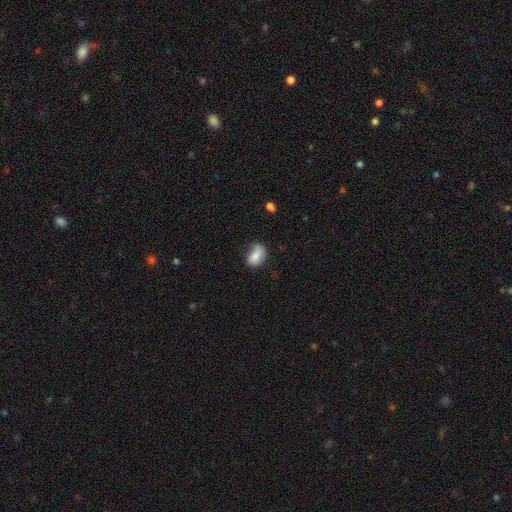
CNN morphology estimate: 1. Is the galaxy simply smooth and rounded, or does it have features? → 74% smooth, 18% featured or disk, 8% star or artifact.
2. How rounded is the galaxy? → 75% in between, 23% round, 1% cigar-shaped.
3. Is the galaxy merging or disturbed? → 51% none, 35% minor disturbance, 11% major disturbance, 3% merger.